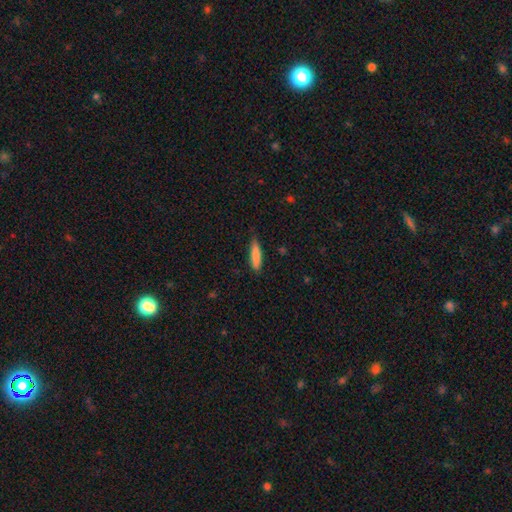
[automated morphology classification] smooth-or-featured: smooth: 85% | featured or disk: 9% | star or artifact: 6%
  how-rounded: cigar-shaped: 77% | in between: 22% | round: 1%
  merging: none: 79% | minor disturbance: 17% | major disturbance: 2% | merger: 1%